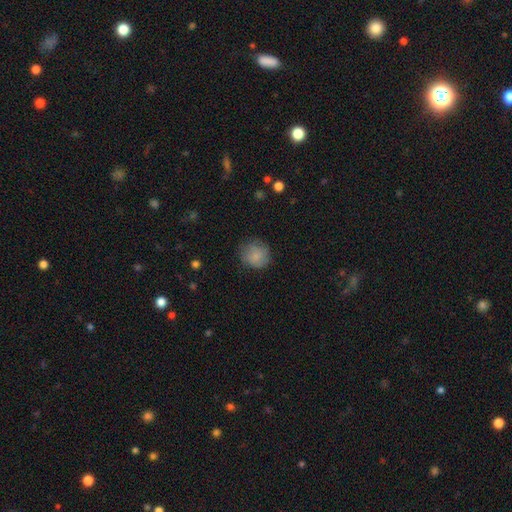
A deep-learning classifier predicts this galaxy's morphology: Overall: smooth (81%). How rounded: round (86%). Merging: none (74%).